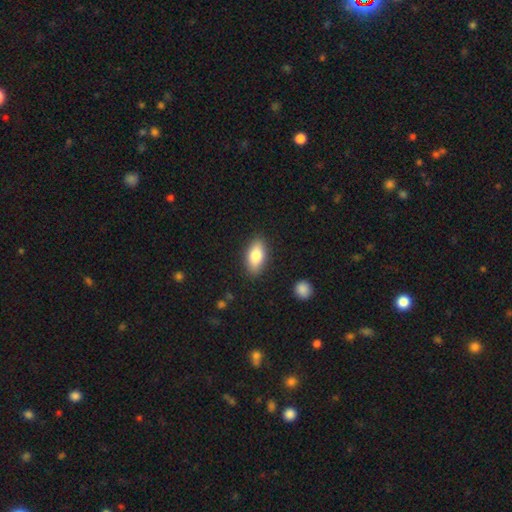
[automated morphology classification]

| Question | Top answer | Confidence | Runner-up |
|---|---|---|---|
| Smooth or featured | smooth | 79% | featured or disk (15%) |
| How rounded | in between | 87% | cigar-shaped (9%) |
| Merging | none | 87% | minor disturbance (9%) |